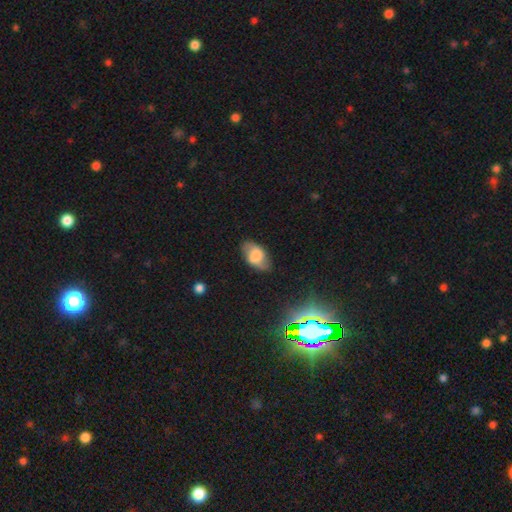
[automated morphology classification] The model was most divided on "smooth or featured": smooth: 58%, featured or disk: 32%, star or artifact: 10%. More confident: how rounded — in between (91%); merging — none (73%).